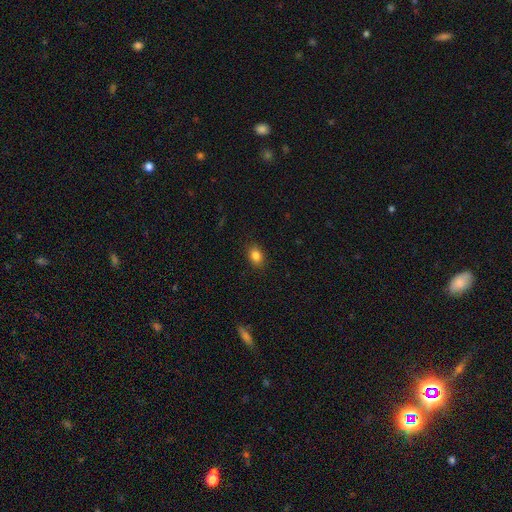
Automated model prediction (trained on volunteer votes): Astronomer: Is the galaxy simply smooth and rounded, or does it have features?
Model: smooth — 84%.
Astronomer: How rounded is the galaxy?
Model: in between — 73%.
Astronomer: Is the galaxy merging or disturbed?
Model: none — 88%.